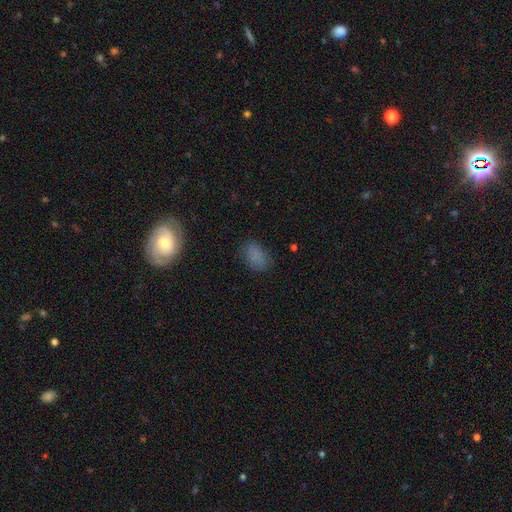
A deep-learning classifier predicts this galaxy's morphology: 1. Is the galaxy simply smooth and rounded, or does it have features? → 79% smooth, 14% star or artifact, 7% featured or disk.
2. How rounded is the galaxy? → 87% in between, 11% round, 2% cigar-shaped.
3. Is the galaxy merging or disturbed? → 76% none, 17% minor disturbance, 5% major disturbance, 2% merger.